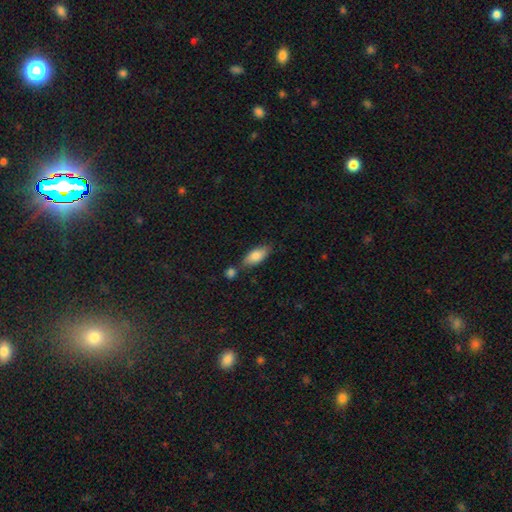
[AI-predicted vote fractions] A smooth galaxy with no disk features (81%) that is in between round and cigar-shaped (84%).

Vote fractions:
- Smooth or featured? smooth: 81% / featured or disk: 12% / star or artifact: 7%
- How rounded? in between: 84% / cigar-shaped: 13% / round: 3%
- Merging? none: 64% / merger: 16% / minor disturbance: 16% / major disturbance: 4%